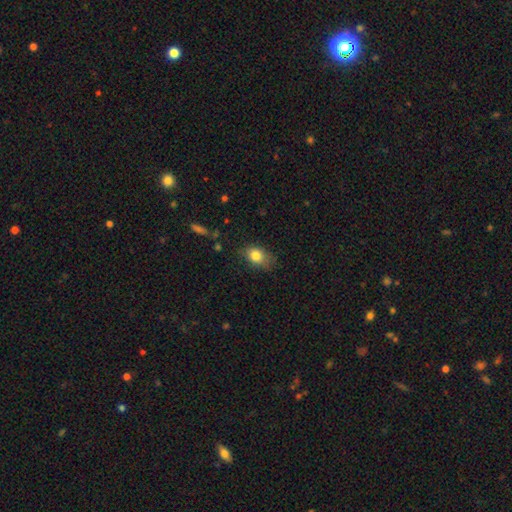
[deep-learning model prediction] Overall: smooth (81%). How rounded: in between (72%). Merging: none (66%).